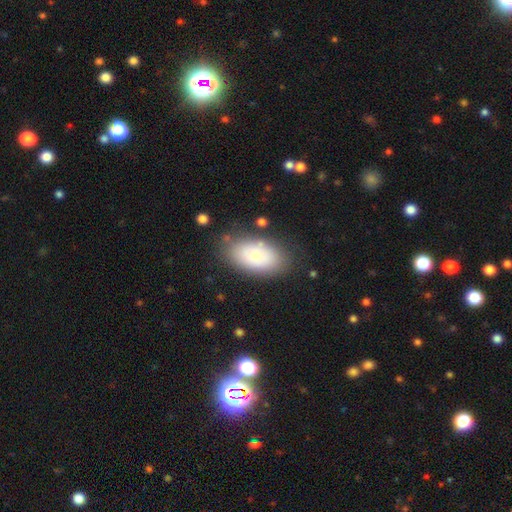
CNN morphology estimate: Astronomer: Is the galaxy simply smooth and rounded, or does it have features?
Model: smooth — 72%.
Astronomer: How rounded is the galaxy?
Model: in between — 92%.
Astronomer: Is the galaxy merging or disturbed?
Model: none — 77%.